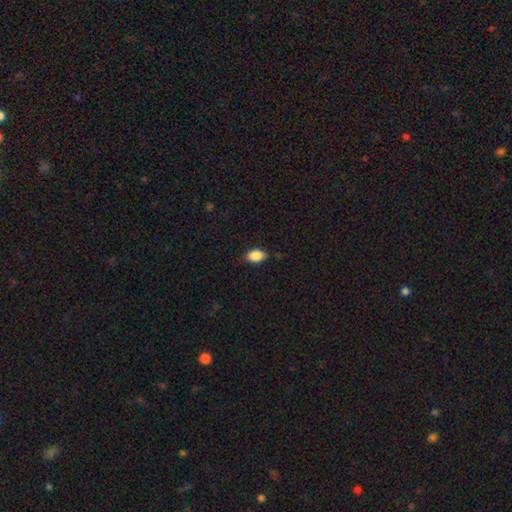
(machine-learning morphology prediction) Smooth or featured? smooth (87%)
How rounded? in between (88%)
Merging? none (80%)